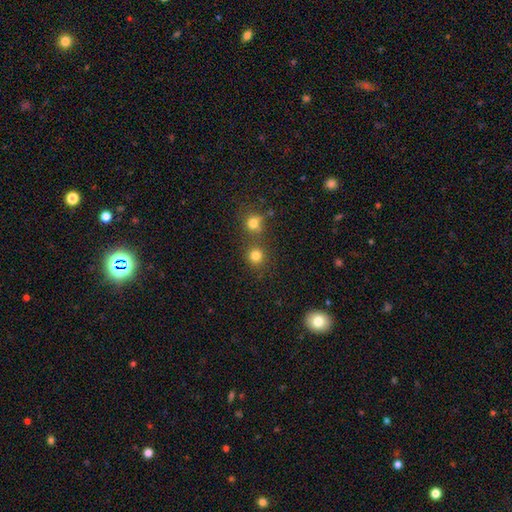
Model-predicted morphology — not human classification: Q: Smooth or featured?
A: smooth (80%); runner-up: star or artifact (15%)
Q: How rounded?
A: round (91%); runner-up: in between (8%)
Q: Merging?
A: none (70%); runner-up: merger (21%)